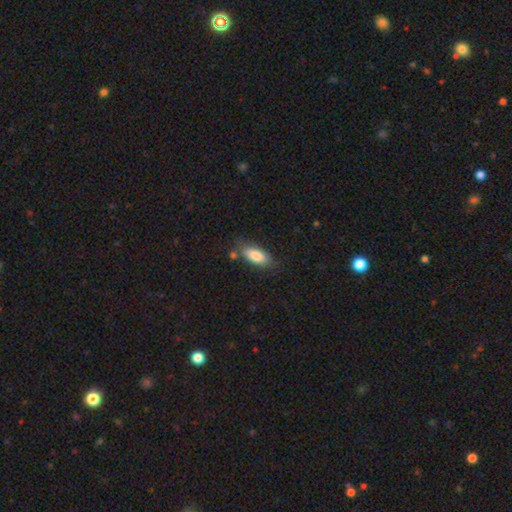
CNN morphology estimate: type=smooth (83%); roundness=in between (85%); merging=none (71%).